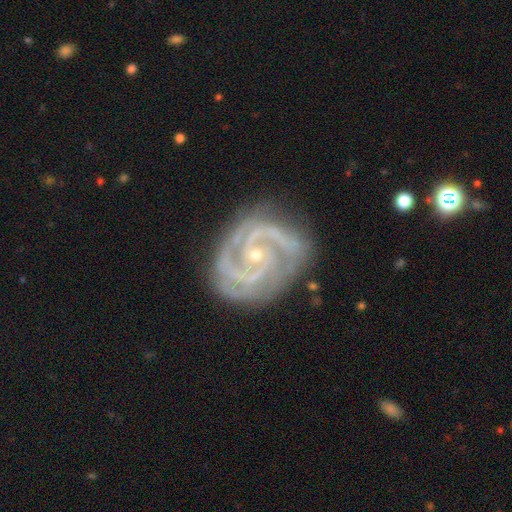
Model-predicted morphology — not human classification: A featured or disk galaxy (92%) with no bar (61%), 2 (55%) tight (60%) spiral arms (99%) and a small central bulge (79%).

Vote fractions:
- Smooth or featured? featured or disk: 92% / star or artifact: 5% / smooth: 3%
- Edge-on disk? no: 98% / yes: 2%
- Bar? no: 61% / weak: 26% / strong: 13%
- Spiral arms? yes: 99% / no: 1%
- Spiral winding? tight: 60% / medium: 36% / loose: 4%
- Spiral arm count? 2: 55% / 3: 24% / can't tell: 7% / 4: 5% / more than 4: 4% / 1: 4%
- Bulge size? small: 79% / moderate: 18% / none: 1% / large: 1% / dominant: 1%
- Merging? none: 73% / minor disturbance: 19% / major disturbance: 6% / merger: 2%